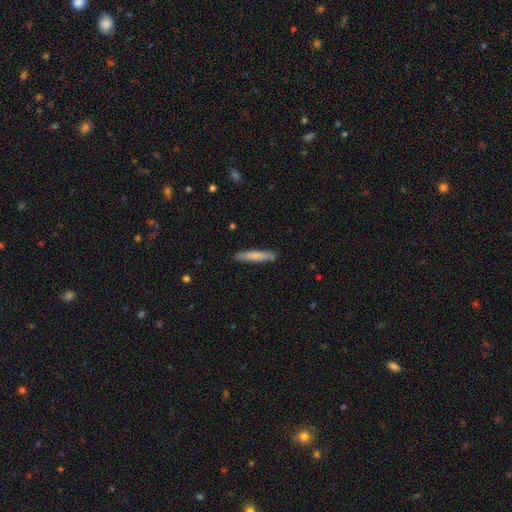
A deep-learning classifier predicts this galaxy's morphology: This is likely a smooth galaxy (76%). How rounded: clearly cigar-shaped (91%). Merging: clearly none (87%).